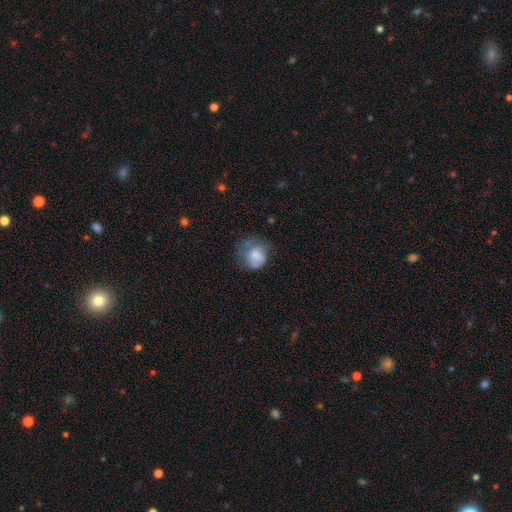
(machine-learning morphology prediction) type=smooth (67%); roundness=round (71%); merging=none (41%).